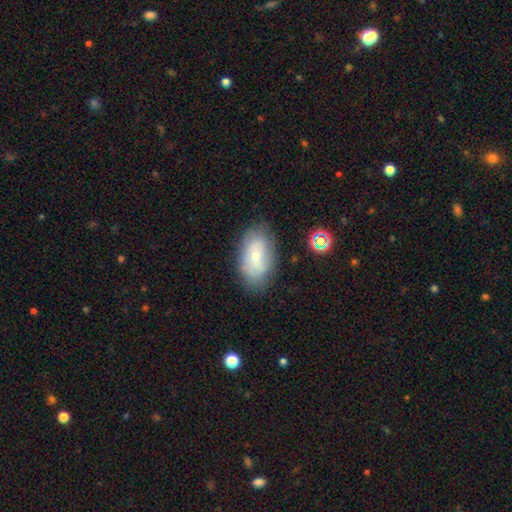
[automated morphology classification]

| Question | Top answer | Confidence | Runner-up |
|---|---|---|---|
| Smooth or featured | smooth | 53% | featured or disk (37%) |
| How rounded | in between | 90% | round (8%) |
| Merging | none | 72% | minor disturbance (19%) |